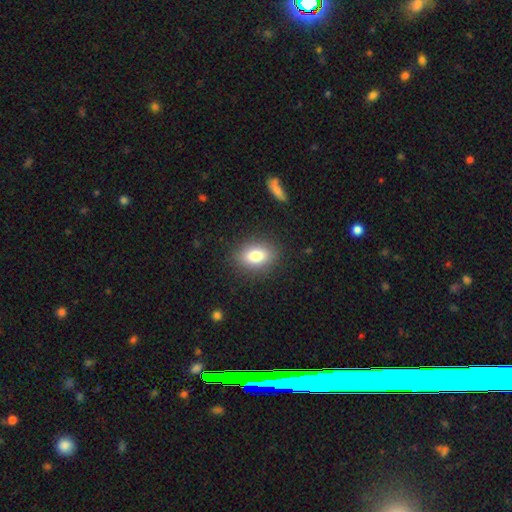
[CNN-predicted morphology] This is likely a smooth galaxy (79%). How rounded: likely in between (76%). Merging: clearly none (87%).